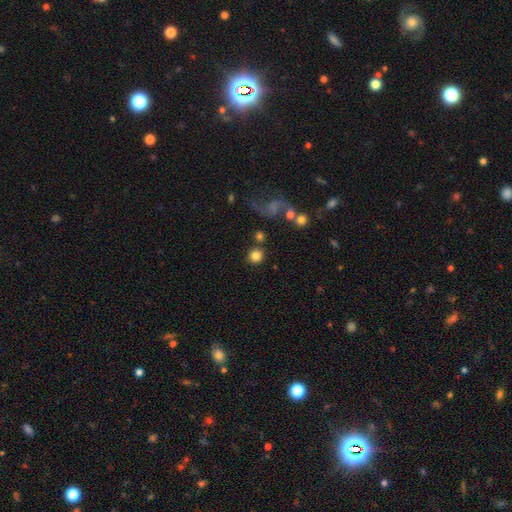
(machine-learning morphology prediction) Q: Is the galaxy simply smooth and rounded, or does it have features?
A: smooth — 81%.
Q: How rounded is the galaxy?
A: round — 92%.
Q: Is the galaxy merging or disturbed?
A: none — 80%.